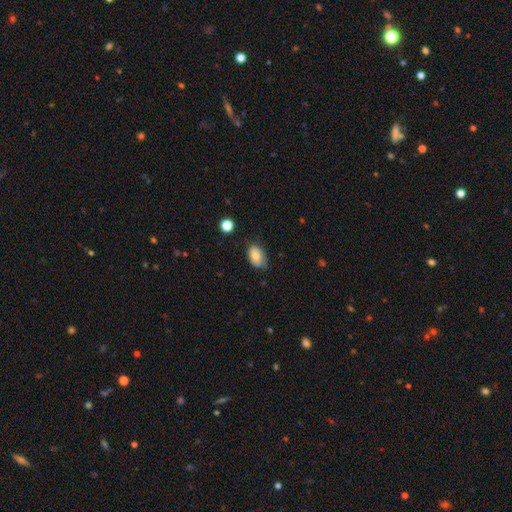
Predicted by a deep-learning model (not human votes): Smooth or featured? Predicted: smooth (p=0.81). How rounded? Predicted: in between (p=0.90). Merging? Predicted: none (p=0.67).